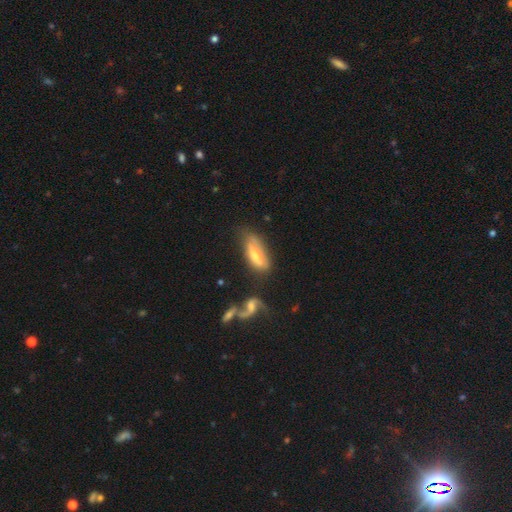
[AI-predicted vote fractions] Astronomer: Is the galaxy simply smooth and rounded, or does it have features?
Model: featured or disk — 47% (runner-up: smooth, 46%).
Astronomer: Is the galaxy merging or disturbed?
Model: none — 47% (runner-up: minor disturbance, 29%).